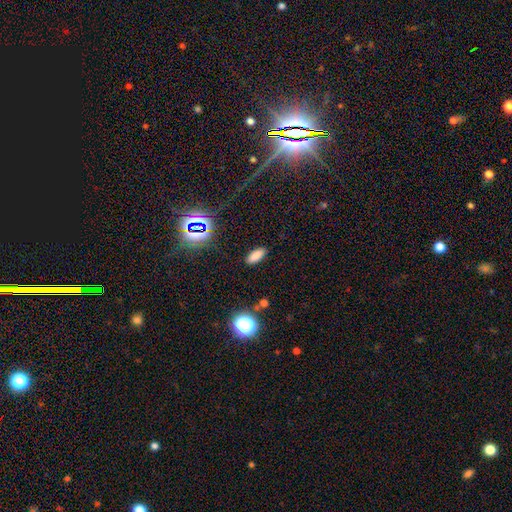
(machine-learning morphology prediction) Smooth or featured? smooth (79%)
How rounded? in between (81%)
Merging? none (88%)